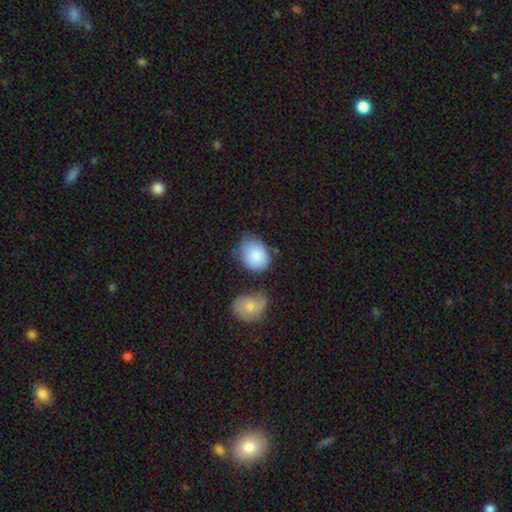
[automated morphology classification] smooth_or_featured: smooth (p=0.85) [alt: featured or disk p=0.09]
how_rounded: in between (p=0.51) [alt: round p=0.48]
merging: none (p=0.55) [alt: minor disturbance p=0.23]